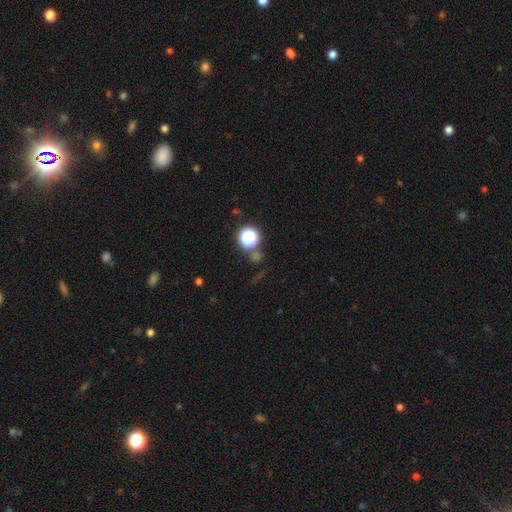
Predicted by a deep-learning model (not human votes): smooth-or-featured: star or artifact: 60% | smooth: 30% | featured or disk: 10%